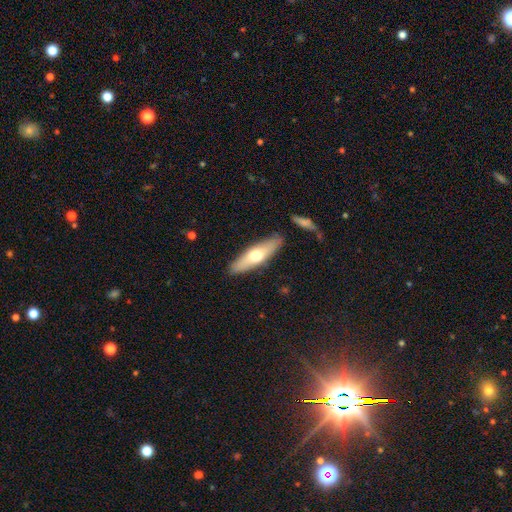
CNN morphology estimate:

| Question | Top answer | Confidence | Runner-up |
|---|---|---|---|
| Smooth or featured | smooth | 55% | featured or disk (40%) |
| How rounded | cigar-shaped | 62% | in between (36%) |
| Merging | none | 86% | minor disturbance (9%) |